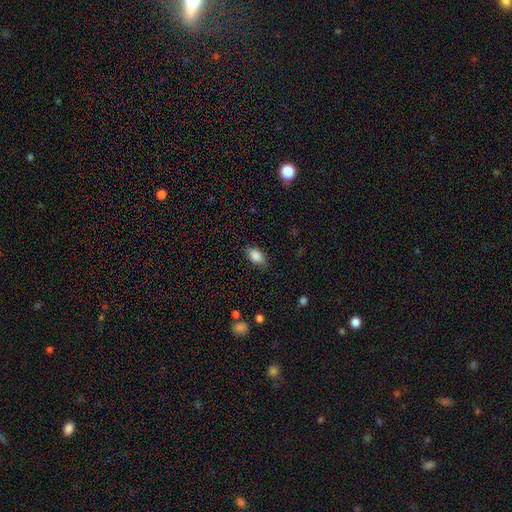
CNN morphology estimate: The model was most divided on "merging": none: 80%, minor disturbance: 15%, major disturbance: 3%, merger: 1%. More confident: how rounded — in between (90%); smooth or featured — smooth (87%).